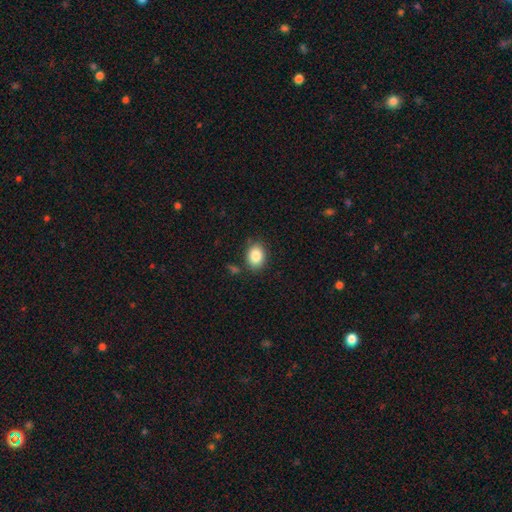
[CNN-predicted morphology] smooth 86%, star or artifact 8%, featured or disk 6%. Down the decision tree: how rounded — in between (65%); merging — none (81%).